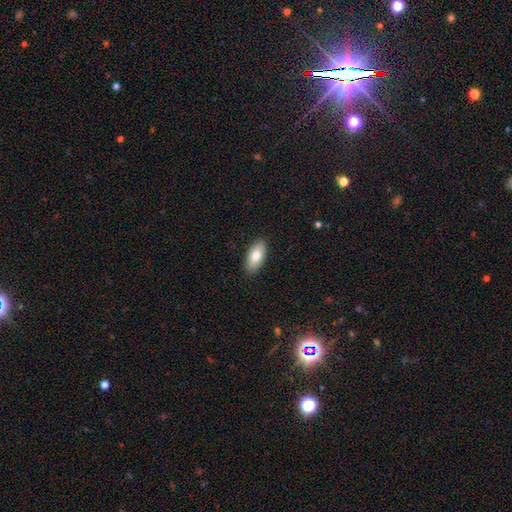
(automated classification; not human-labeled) Smooth or featured: smooth — 78% (featured or disk — 16%)
How rounded: in between — 88% (cigar-shaped — 9%)
Merging: none — 89% (minor disturbance — 8%)